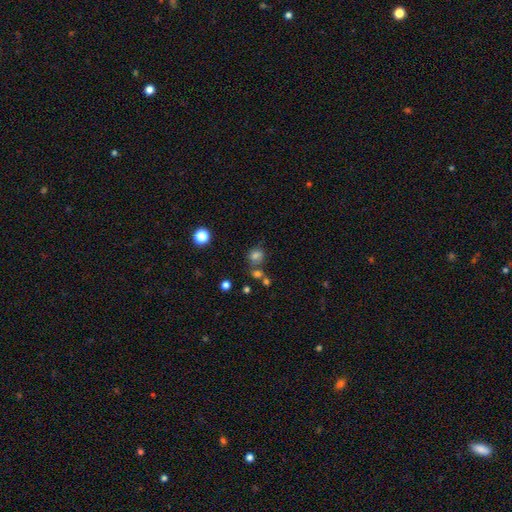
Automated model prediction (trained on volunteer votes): Q: Smooth or featured?
A: smooth (73%); runner-up: star or artifact (17%)
Q: How rounded?
A: round (69%); runner-up: in between (30%)
Q: Merging?
A: none (57%); runner-up: merger (18%)